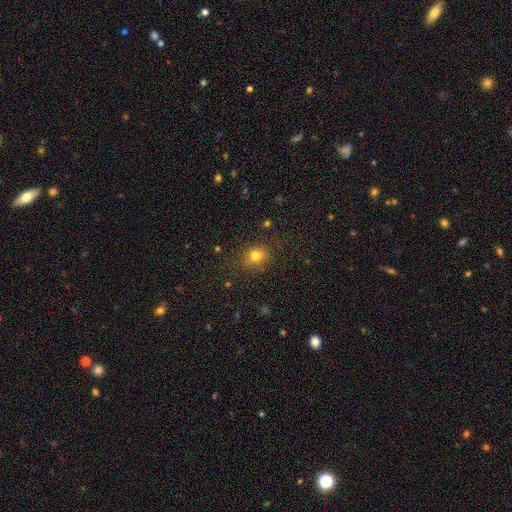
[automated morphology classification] A smooth galaxy with no disk features (78%) that is round (61%). Merging: none (82%).